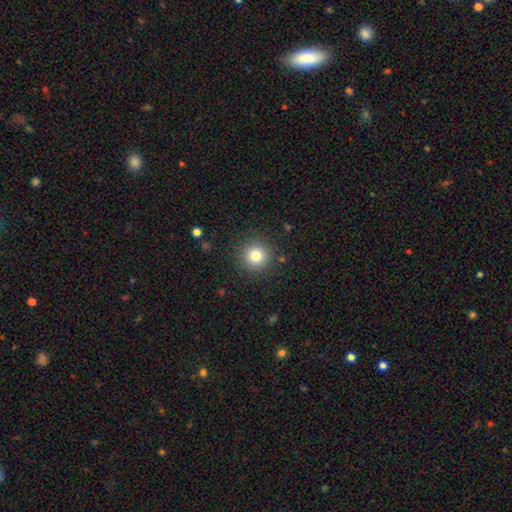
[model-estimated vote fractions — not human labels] The model was most divided on "smooth or featured": smooth: 81%, star or artifact: 12%, featured or disk: 7%. More confident: how rounded — round (94%); merging — none (89%).